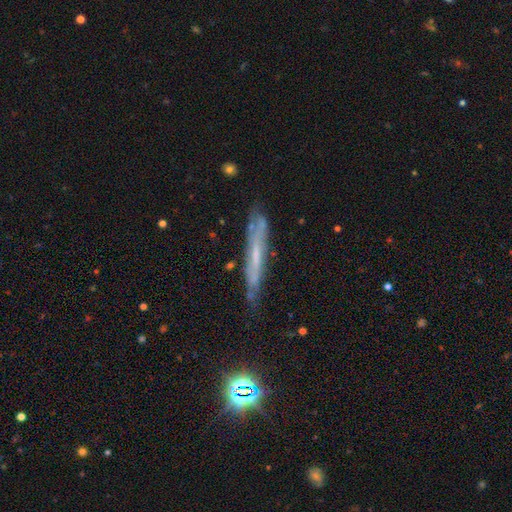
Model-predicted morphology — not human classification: smooth_or_featured: featured or disk (p=0.60) [alt: smooth p=0.30]
disk_edge_on: yes (p=0.75) [alt: no p=0.25]
merging: none (p=0.69) [alt: minor disturbance p=0.23]